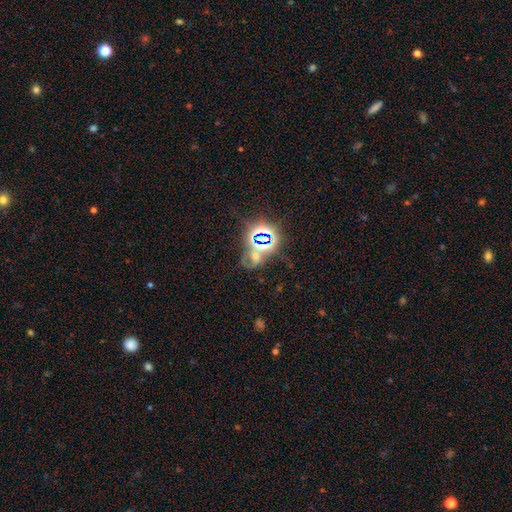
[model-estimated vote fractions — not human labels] Smooth or featured? Predicted: star or artifact (p=0.64).